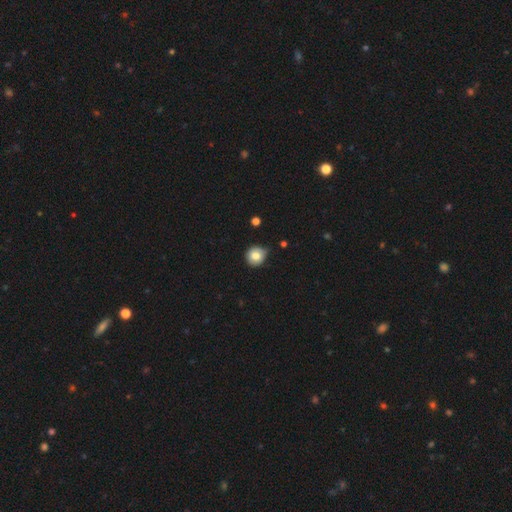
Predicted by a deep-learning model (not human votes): A smooth galaxy with no disk features (81%) that is round (90%). Merging: none (72%).